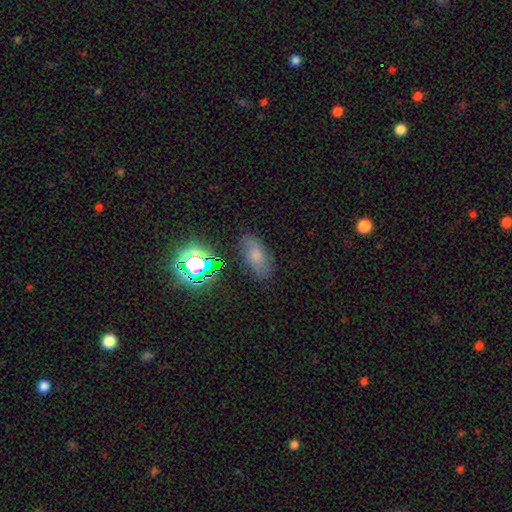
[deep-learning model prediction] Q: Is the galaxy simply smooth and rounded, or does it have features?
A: smooth — 57%.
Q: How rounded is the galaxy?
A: in between — 88%.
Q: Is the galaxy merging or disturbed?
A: none — 75%.